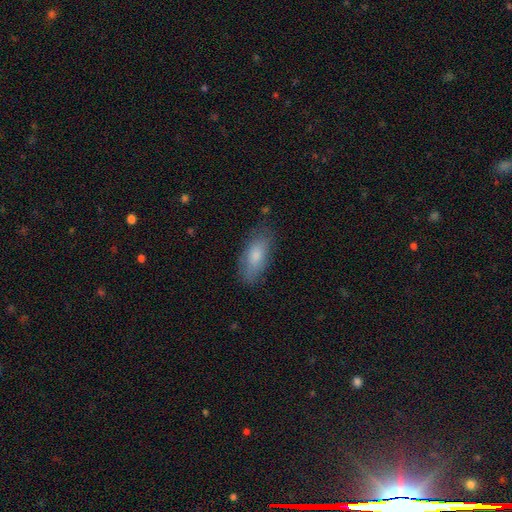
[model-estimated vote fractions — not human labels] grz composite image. It shows a smooth galaxy with no disk features (79%) that is in between round and cigar-shaped (86%). Merging: none (77%).